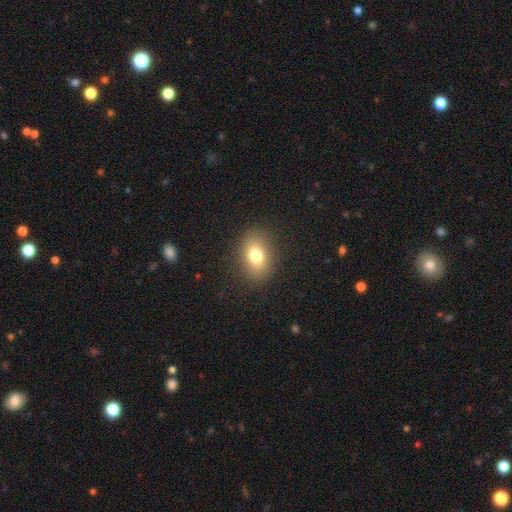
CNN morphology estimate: This is likely a smooth galaxy (77%). How rounded: likely in between (73%). Merging: clearly none (86%).